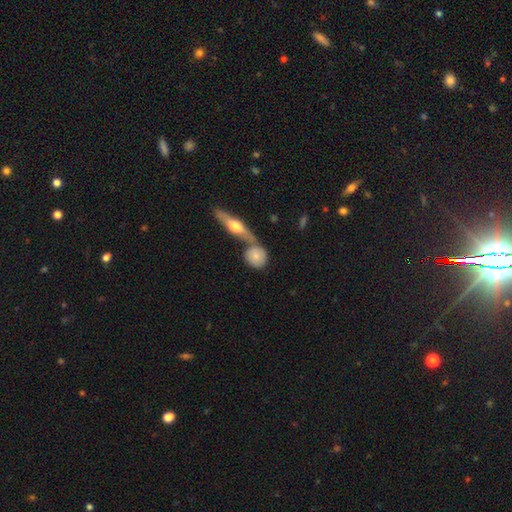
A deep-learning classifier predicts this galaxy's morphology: The model was most divided on "merging": none: 53%, merger: 33%, minor disturbance: 10%, major disturbance: 4%. More confident: how rounded — round (78%); smooth or featured — smooth (73%).